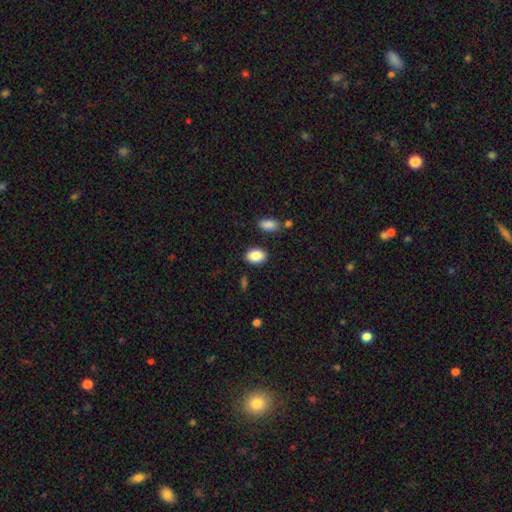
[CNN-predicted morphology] The model was most divided on "how rounded": in between: 81%, round: 18%, cigar-shaped: 1%. More confident: smooth or featured — smooth (87%); merging — none (86%).